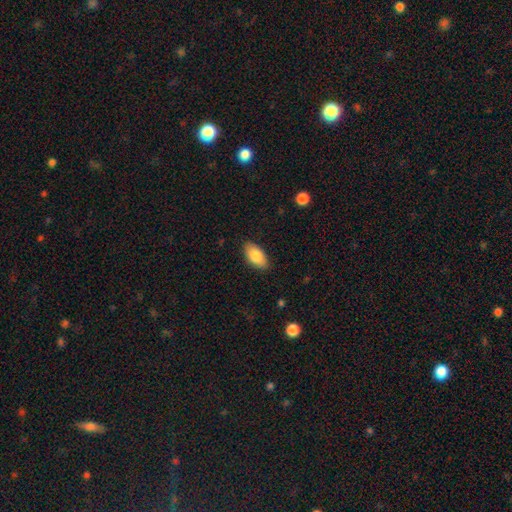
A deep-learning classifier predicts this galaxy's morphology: Overall: smooth (84%). How rounded: in between (94%). Merging: none (87%).